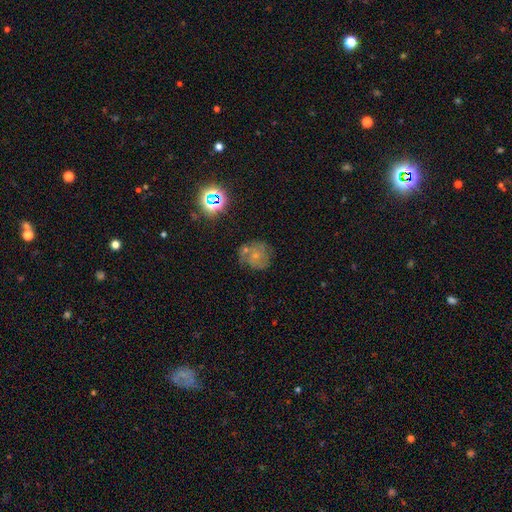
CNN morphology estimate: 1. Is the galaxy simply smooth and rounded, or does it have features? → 45% featured or disk, 39% smooth, 15% star or artifact.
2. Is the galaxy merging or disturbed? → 53% none, 22% minor disturbance, 13% merger, 12% major disturbance.